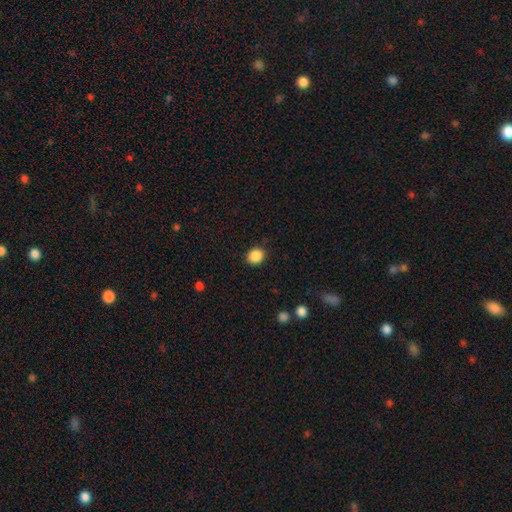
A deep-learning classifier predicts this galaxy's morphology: Overall: smooth (88%). How rounded: round (71%). Merging: none (89%).